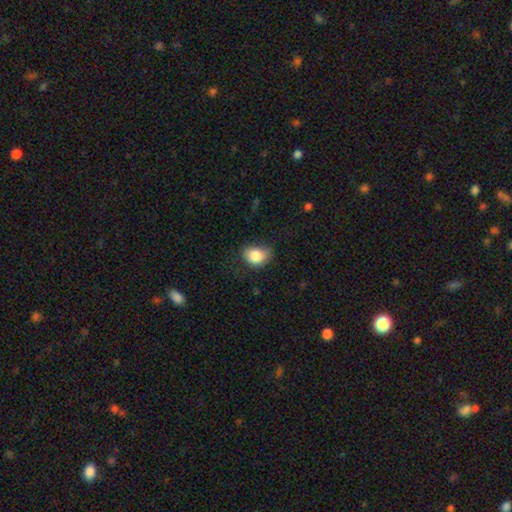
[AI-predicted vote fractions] Morphology: type=smooth (84%); roundness=in between (55%); merging=none (63%).